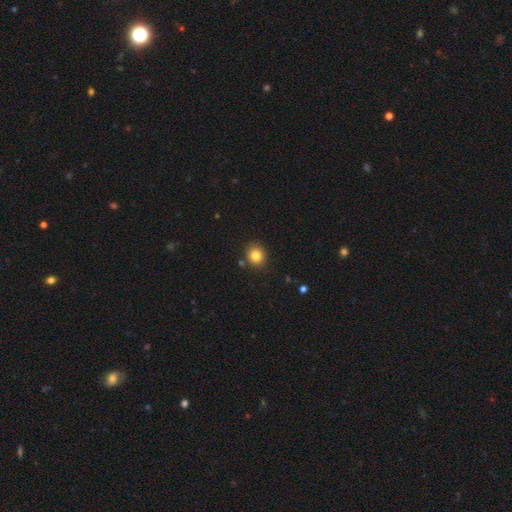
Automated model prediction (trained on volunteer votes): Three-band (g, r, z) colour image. It shows a smooth galaxy with no disk features (82%) that is round (81%). Merging: none (86%).